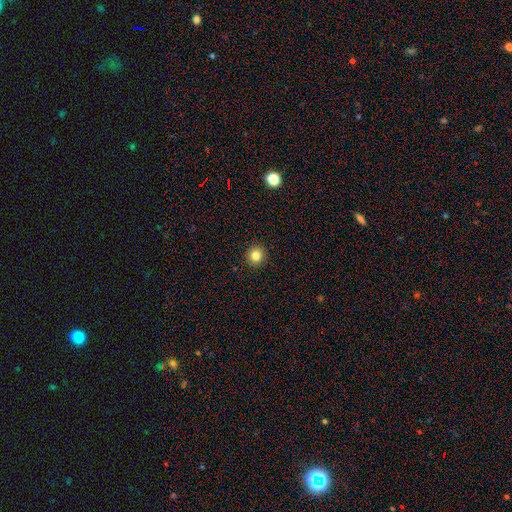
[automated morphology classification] Overall: smooth (83%). How rounded: round (94%). Merging: none (93%).